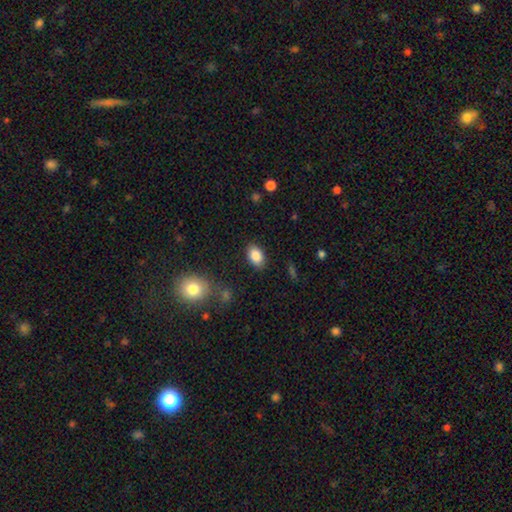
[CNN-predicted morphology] smooth 85%, star or artifact 8%, featured or disk 7%. Down the decision tree: how rounded — in between (88%); merging — none (86%).